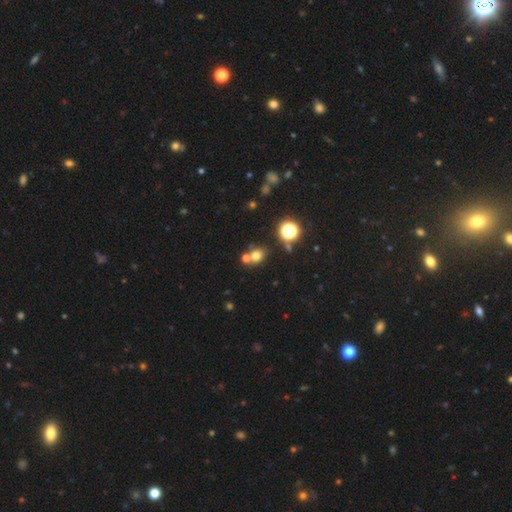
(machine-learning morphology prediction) A smooth galaxy with no disk features (69%) that is round (68%).

Vote fractions:
- Smooth or featured? smooth: 69% / star or artifact: 21% / featured or disk: 9%
- How rounded? round: 68% / in between: 31% / cigar-shaped: 1%
- Merging? none: 57% / merger: 30% / minor disturbance: 9% / major disturbance: 4%